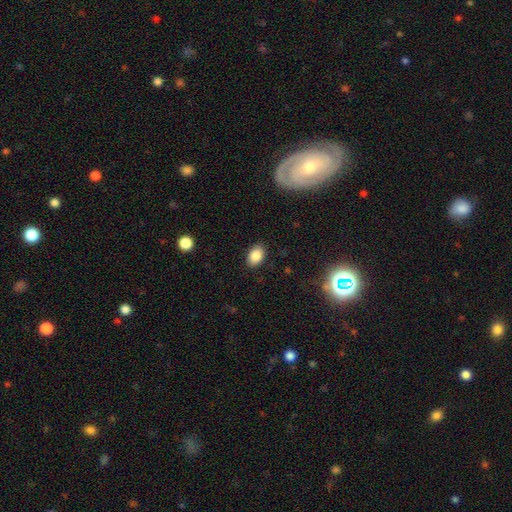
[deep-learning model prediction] Smooth or featured? smooth (86%)
How rounded? in between (86%)
Merging? none (87%)